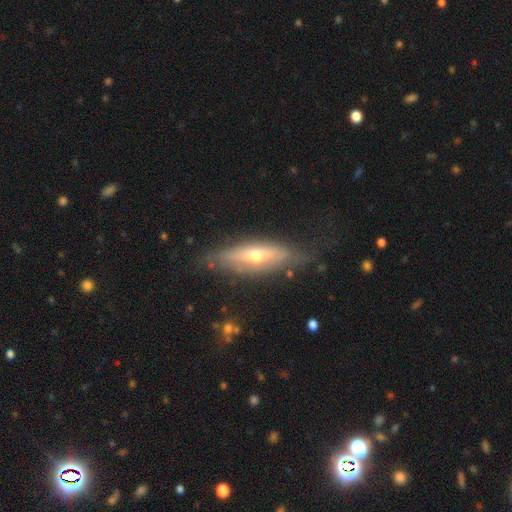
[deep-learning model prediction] featured or disk 61%, smooth 33%, star or artifact 7%. Down the decision tree: edge-on disk — yes (62%); merging — none (68%).